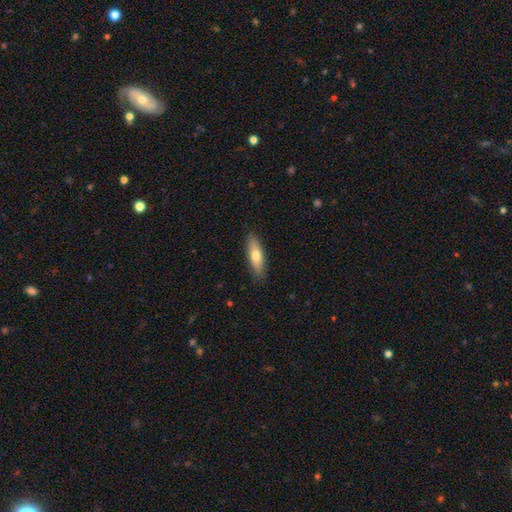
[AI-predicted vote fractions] Smooth or featured? smooth (70%)
How rounded? in between (50%)
Merging? none (87%)